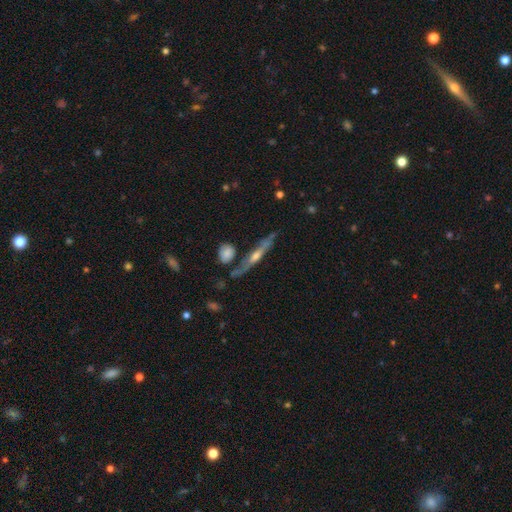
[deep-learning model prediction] smooth-or-featured: featured or disk: 72% | smooth: 20% | star or artifact: 8%
  disk-edge-on: yes: 91% | no: 9%
    edge-on-bulge: rounded: 80% | none: 13% | boxy: 7%
  merging: none: 73% | minor disturbance: 15% | merger: 7% | major disturbance: 5%